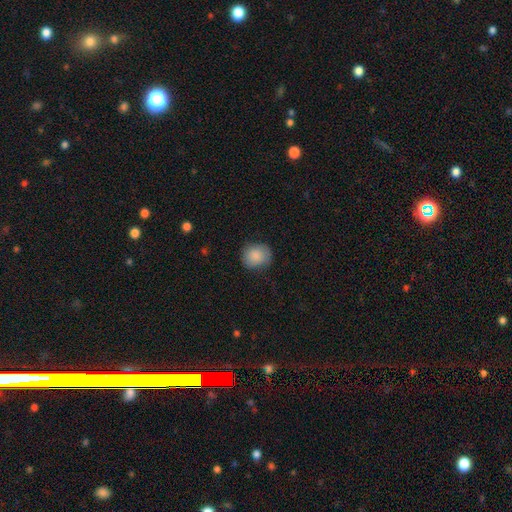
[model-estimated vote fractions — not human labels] A smooth galaxy with no disk features (85%) that is round (76%). Merging: none (77%).